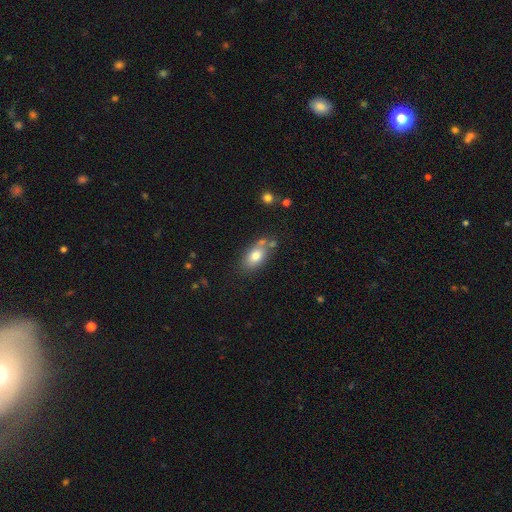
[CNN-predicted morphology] This appears to be a smooth galaxy with no disk features (77%) that is in between round and cigar-shaped (87%). Merging: none (61%).